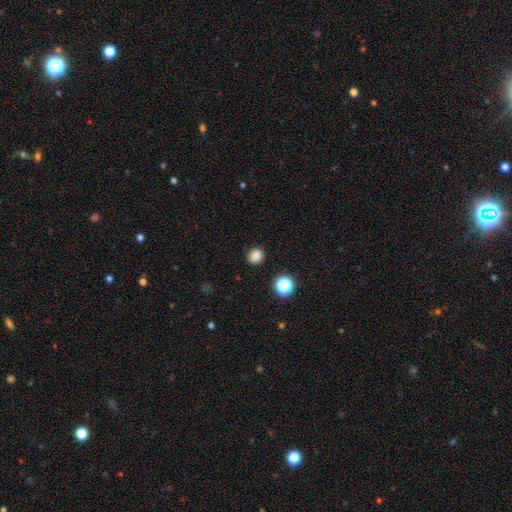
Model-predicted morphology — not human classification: Q: Smooth or featured?
A: smooth (83%); runner-up: star or artifact (14%)
Q: How rounded?
A: round (88%); runner-up: in between (11%)
Q: Merging?
A: none (89%); runner-up: minor disturbance (7%)